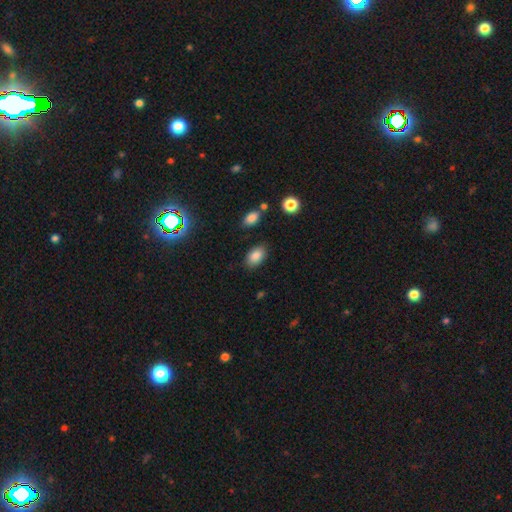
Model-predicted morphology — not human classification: smooth 86%, star or artifact 9%, featured or disk 6%. Down the decision tree: how rounded — in between (89%); merging — none (83%).